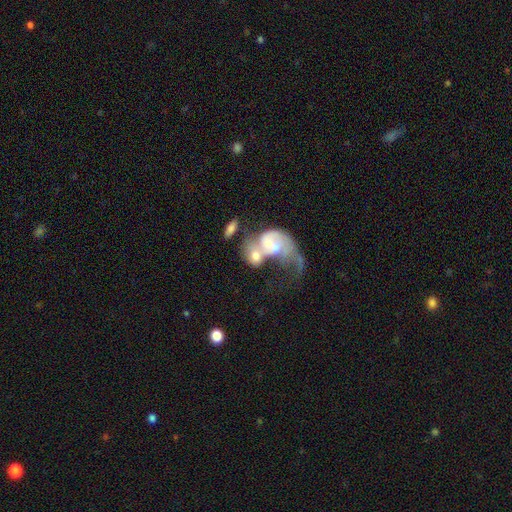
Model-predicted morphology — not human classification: A featured or disk galaxy (59%) with no bar (71%), spiral arms (61%) and a moderate central bulge (47%). Merging: merger (72%).